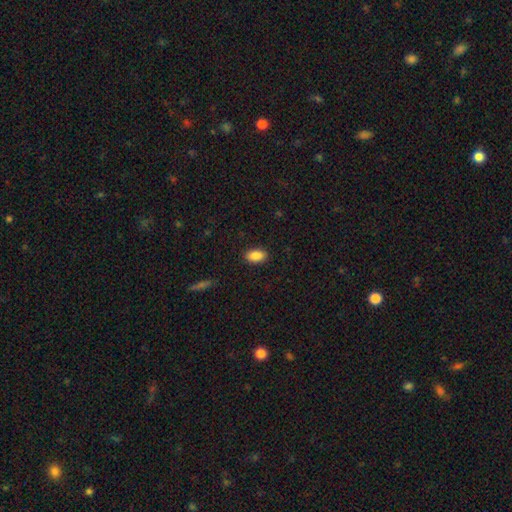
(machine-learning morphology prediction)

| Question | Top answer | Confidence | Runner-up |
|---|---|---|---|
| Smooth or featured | smooth | 88% | star or artifact (7%) |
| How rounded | in between | 91% | round (4%) |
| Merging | none | 89% | minor disturbance (8%) |